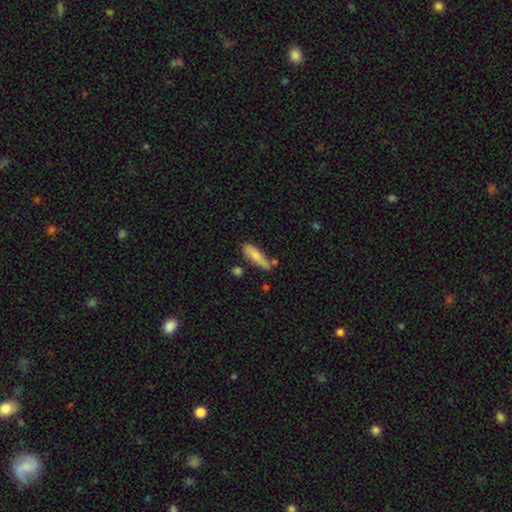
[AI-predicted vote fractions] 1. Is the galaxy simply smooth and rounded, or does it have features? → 79% smooth, 15% featured or disk, 6% star or artifact.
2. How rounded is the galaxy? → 67% cigar-shaped, 31% in between, 2% round.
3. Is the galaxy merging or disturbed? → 66% none, 21% minor disturbance, 8% merger, 4% major disturbance.